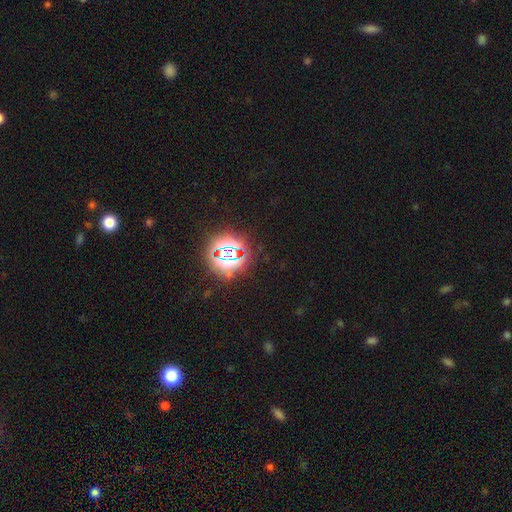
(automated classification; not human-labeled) Smooth or featured: star or artifact — 79% (smooth — 14%)